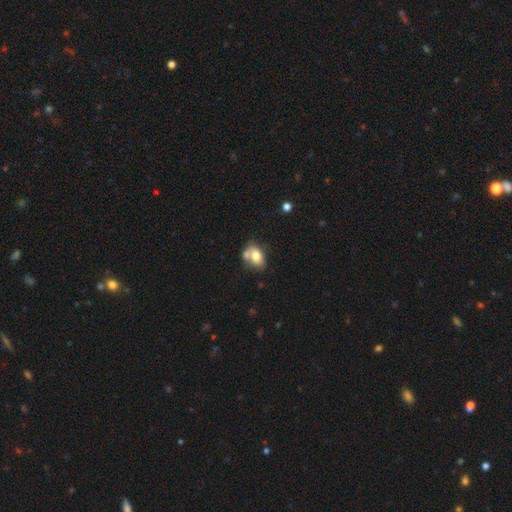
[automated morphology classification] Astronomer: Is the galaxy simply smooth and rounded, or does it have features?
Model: smooth — 72%.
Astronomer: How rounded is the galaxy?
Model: in between — 80%.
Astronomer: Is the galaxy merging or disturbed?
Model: merger — 40% (runner-up: none, 37%).